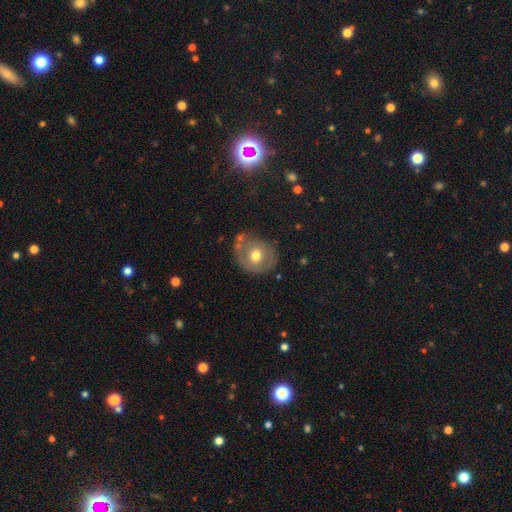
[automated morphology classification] type=smooth (52%); roundness=round (72%); merging=none (65%).